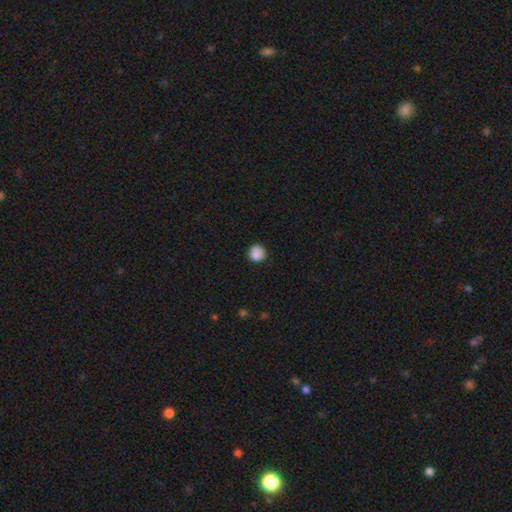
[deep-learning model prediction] This appears to be a smooth galaxy with no disk features (85%) that is round (89%). Merging: none (75%).